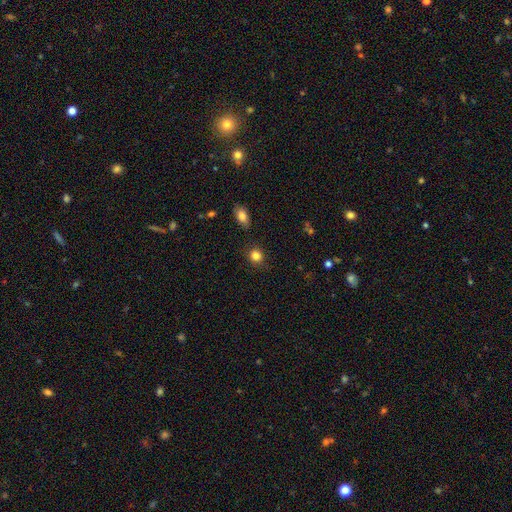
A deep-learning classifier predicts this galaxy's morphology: A smooth galaxy with no disk features (85%) that is round (80%). Merging: none (86%).